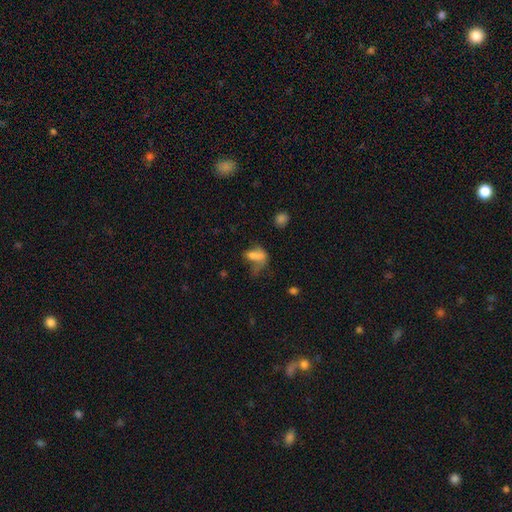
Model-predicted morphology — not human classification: smooth-or-featured: smooth: 67% | featured or disk: 18% | star or artifact: 15%
  how-rounded: in between: 76% | round: 13% | cigar-shaped: 11%
  merging: major disturbance: 37% | none: 25% | minor disturbance: 20% | merger: 18%